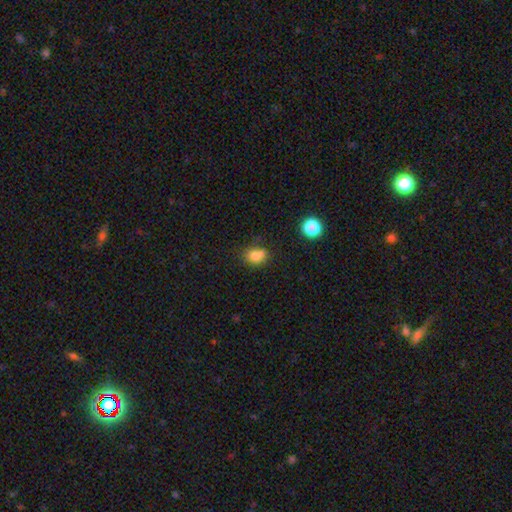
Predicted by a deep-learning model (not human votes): The model was most divided on "how rounded": in between: 53%, round: 46%, cigar-shaped: 1%. More confident: smooth or featured — smooth (78%); merging — none (55%).